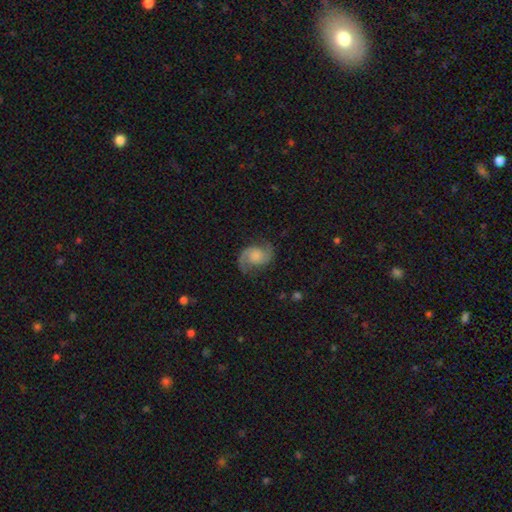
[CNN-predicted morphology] Smooth or featured? Predicted: featured or disk (p=0.85). Edge-on disk? Predicted: no (p=0.98). Bar? Predicted: no (p=0.67). Spiral arms? Predicted: yes (p=0.97). Spiral winding? Predicted: medium (p=0.53). Spiral arm count? Predicted: 2 (p=0.93). Bulge size? Predicted: small (p=0.33). Merging? Predicted: none (p=0.78).